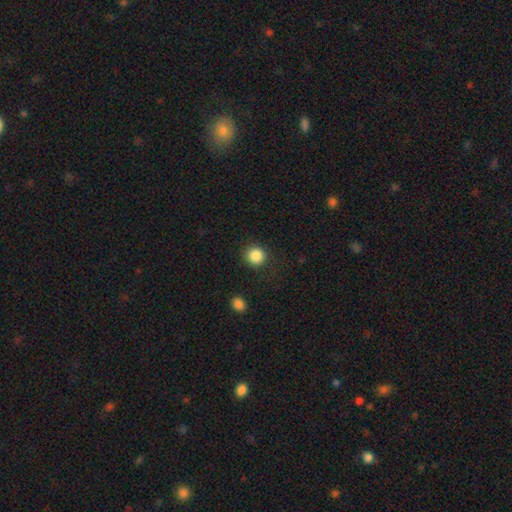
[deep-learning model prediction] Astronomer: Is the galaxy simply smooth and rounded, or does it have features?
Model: smooth — 87%.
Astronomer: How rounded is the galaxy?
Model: round — 93%.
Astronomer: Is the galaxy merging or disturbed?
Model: none — 87%.